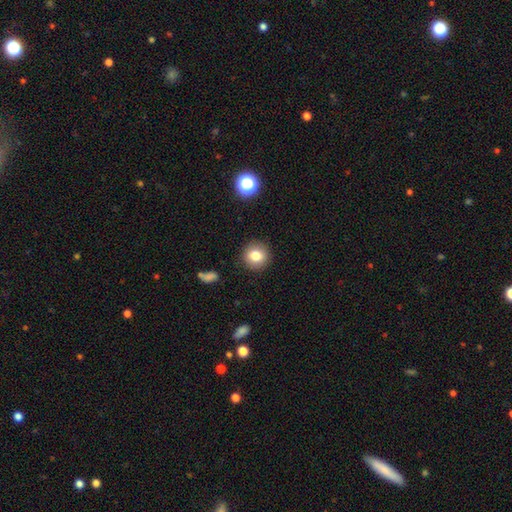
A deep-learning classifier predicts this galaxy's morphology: smooth_or_featured: smooth (p=0.80) [alt: star or artifact p=0.11]
how_rounded: round (p=0.92) [alt: in between p=0.07]
merging: none (p=0.90) [alt: minor disturbance p=0.07]